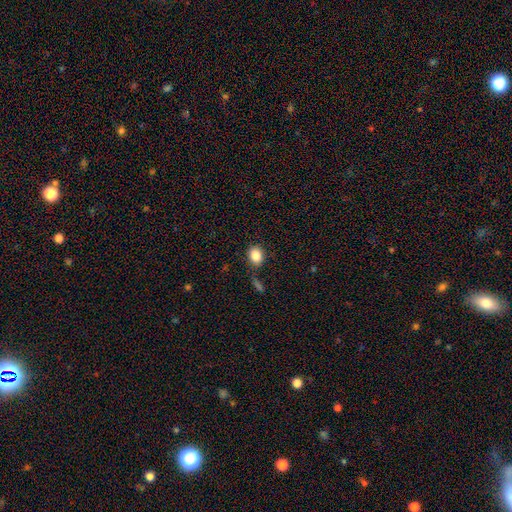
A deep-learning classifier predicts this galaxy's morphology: Smooth or featured? Predicted: smooth (p=0.85). How rounded? Predicted: round (p=0.50). Merging? Predicted: none (p=0.77).